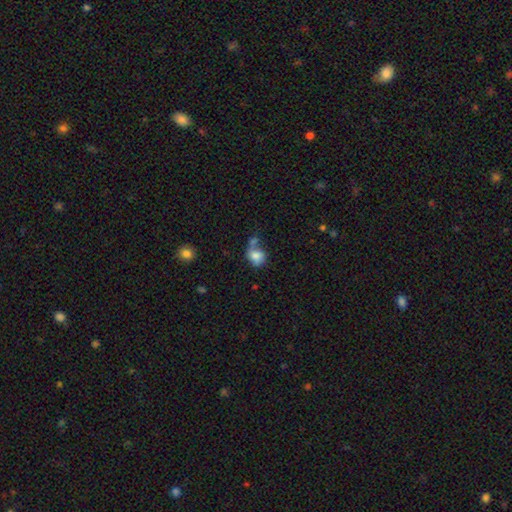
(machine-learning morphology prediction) Smooth or featured: smooth — 74% (featured or disk — 16%)
How rounded: round — 53% (in between — 46%)
Merging: merger — 37% (none — 33%)